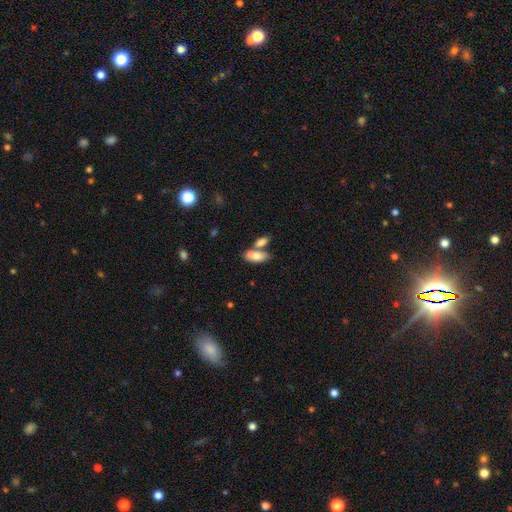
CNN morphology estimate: Q: Smooth or featured?
A: smooth (78%); runner-up: featured or disk (15%)
Q: How rounded?
A: in between (85%); runner-up: cigar-shaped (12%)
Q: Merging?
A: merger (44%); runner-up: none (41%)